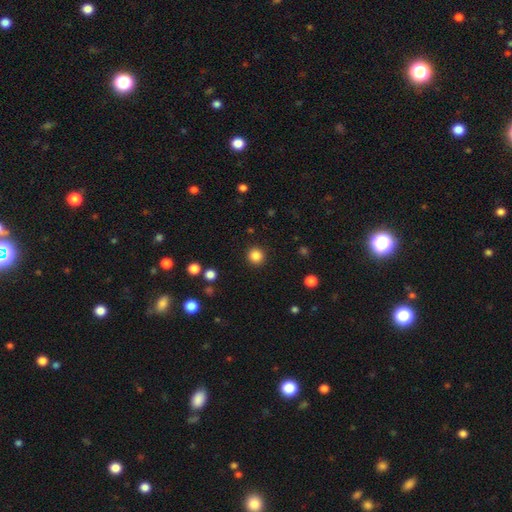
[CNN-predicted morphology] This appears to be a smooth galaxy with no disk features (85%) that is round (93%). Merging: none (92%).